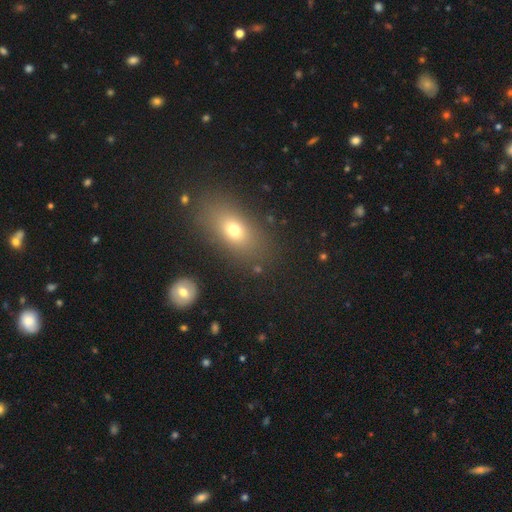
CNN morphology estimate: This appears to be a smooth galaxy with no disk features (64%) that is in between round and cigar-shaped (76%). Merging: none (84%).